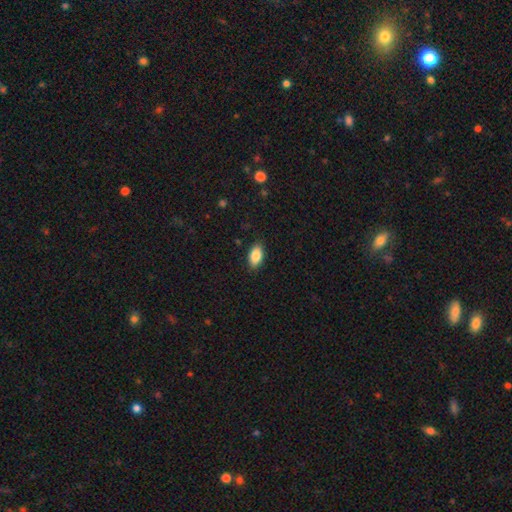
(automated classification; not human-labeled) A smooth galaxy with no disk features (85%) that is in between round and cigar-shaped (92%). Merging: none (87%).